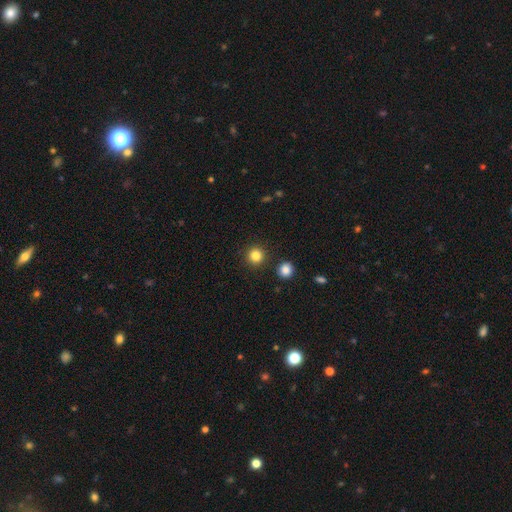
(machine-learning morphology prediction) smooth_or_featured: smooth (p=0.84) [alt: star or artifact p=0.11]
how_rounded: round (p=0.94) [alt: in between p=0.05]
merging: none (p=0.91) [alt: minor disturbance p=0.05]